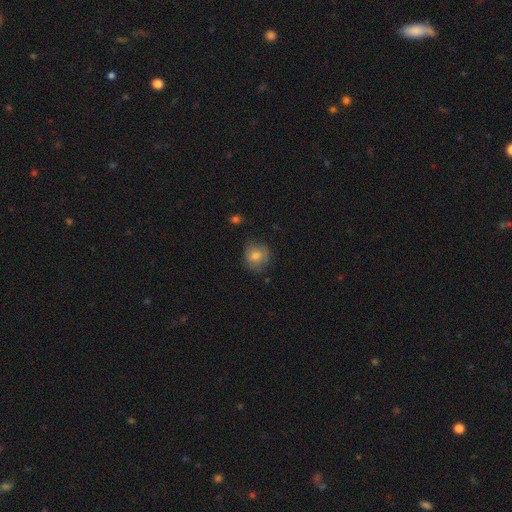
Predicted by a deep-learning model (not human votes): A smooth galaxy with no disk features (72%) that is round (80%).

Vote fractions:
- Smooth or featured? smooth: 72% / featured or disk: 19% / star or artifact: 9%
- How rounded? round: 80% / in between: 19% / cigar-shaped: 1%
- Merging? none: 70% / minor disturbance: 23% / major disturbance: 5% / merger: 1%